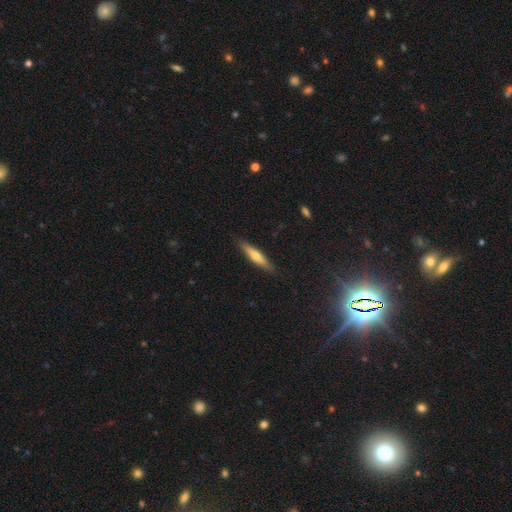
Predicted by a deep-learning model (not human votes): The model was most divided on "smooth or featured": smooth: 53%, featured or disk: 41%, star or artifact: 6%. More confident: merging — none (88%); how rounded — cigar-shaped (85%).